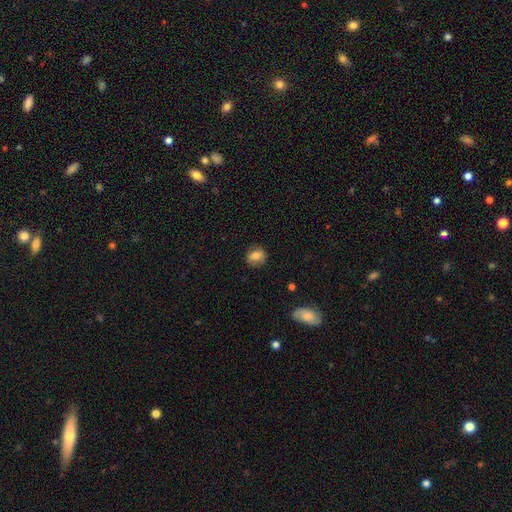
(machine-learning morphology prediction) Smooth or featured: smooth — 76% (featured or disk — 15%)
How rounded: round — 63% (in between — 36%)
Merging: none — 82% (minor disturbance — 13%)